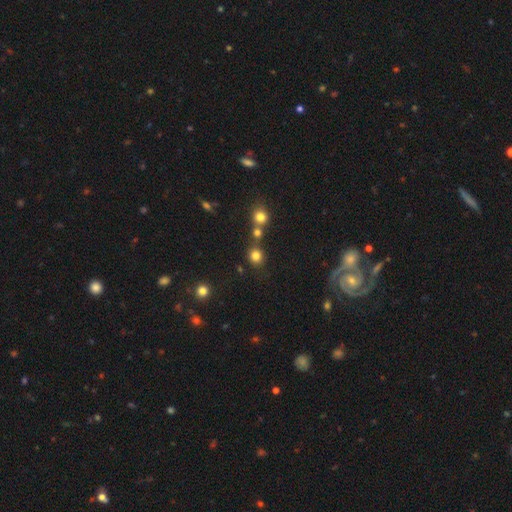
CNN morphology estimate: A smooth galaxy with no disk features (79%) that is round (86%).

Vote fractions:
- Smooth or featured? smooth: 79% / star or artifact: 15% / featured or disk: 6%
- How rounded? round: 86% / in between: 13% / cigar-shaped: 1%
- Merging? none: 72% / merger: 16% / minor disturbance: 8% / major disturbance: 3%